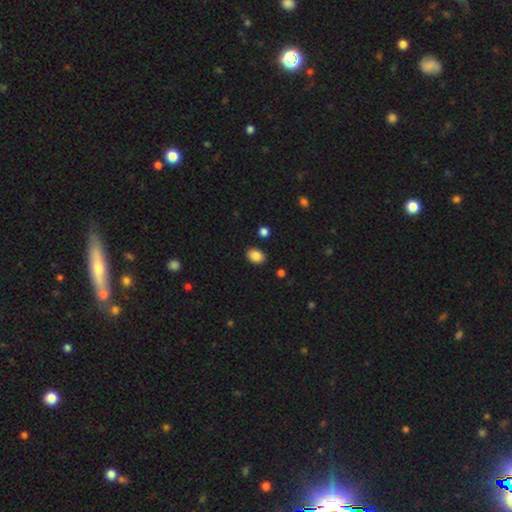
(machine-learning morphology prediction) Smooth or featured? Predicted: smooth (p=0.87). How rounded? Predicted: in between (p=0.72). Merging? Predicted: none (p=0.87).